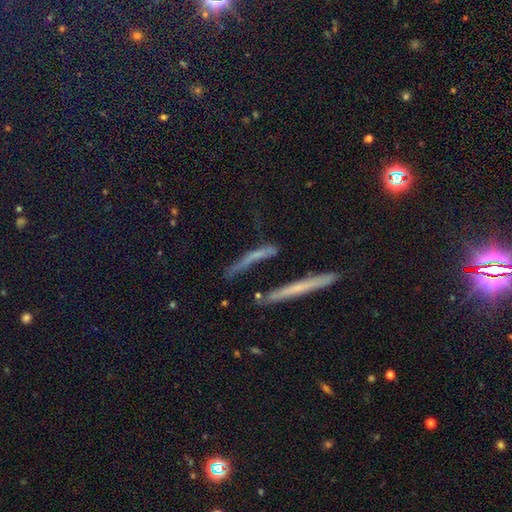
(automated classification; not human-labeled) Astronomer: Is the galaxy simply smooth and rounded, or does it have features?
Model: featured or disk — 42% (runner-up: smooth, 40%).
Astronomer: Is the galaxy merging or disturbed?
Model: none — 64%.